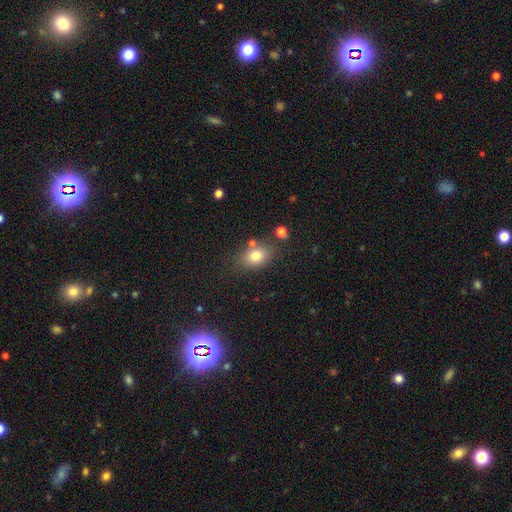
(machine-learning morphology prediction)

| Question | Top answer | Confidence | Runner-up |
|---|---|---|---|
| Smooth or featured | smooth | 79% | star or artifact (11%) |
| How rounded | in between | 73% | round (25%) |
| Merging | none | 74% | minor disturbance (14%) |